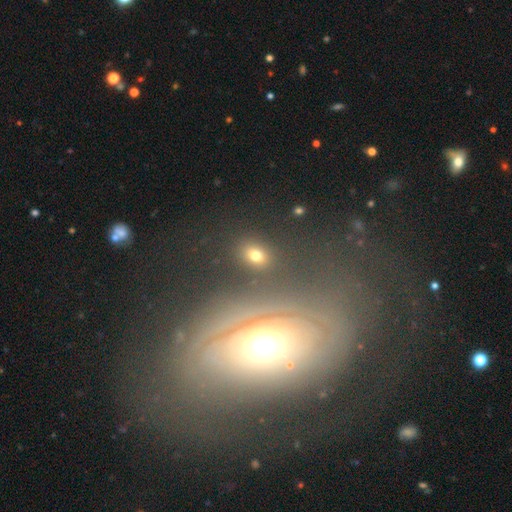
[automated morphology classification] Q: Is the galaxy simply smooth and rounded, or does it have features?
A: smooth — 71%.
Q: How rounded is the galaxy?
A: in between — 57%.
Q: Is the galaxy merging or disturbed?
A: none — 86%.